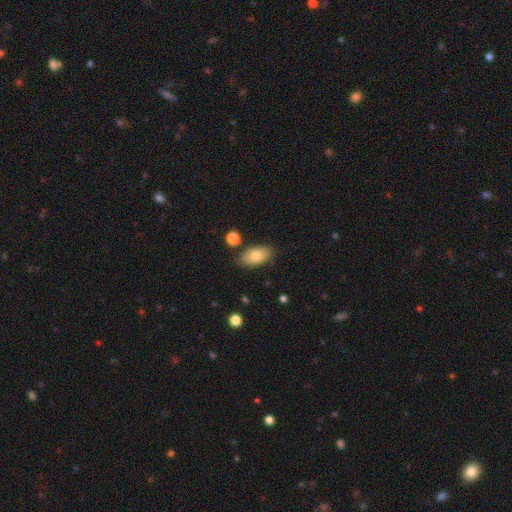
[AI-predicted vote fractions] smooth-or-featured: smooth: 78% | featured or disk: 15% | star or artifact: 7%
  how-rounded: in between: 93% | round: 5% | cigar-shaped: 2%
  merging: none: 79% | minor disturbance: 14% | merger: 4% | major disturbance: 3%